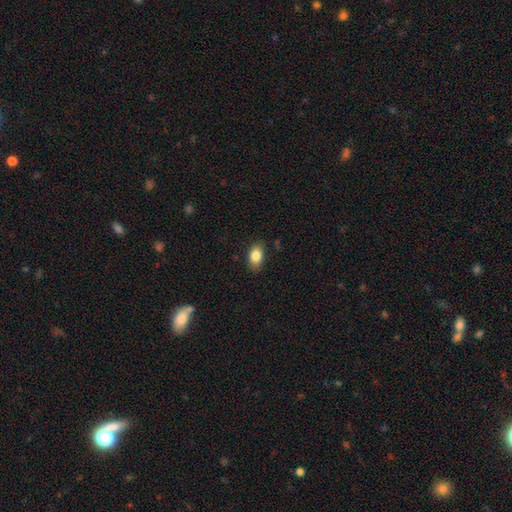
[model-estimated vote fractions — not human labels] smooth 84%, star or artifact 8%, featured or disk 8%. Down the decision tree: how rounded — in between (86%); merging — none (82%).